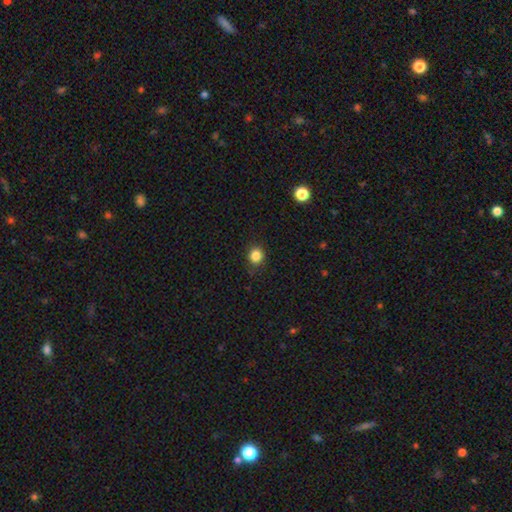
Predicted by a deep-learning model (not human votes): A smooth galaxy with no disk features (85%) that is round (80%).

Vote fractions:
- Smooth or featured? smooth: 85% / star or artifact: 12% / featured or disk: 4%
- How rounded? round: 80% / in between: 19% / cigar-shaped: 1%
- Merging? none: 87% / minor disturbance: 10% / major disturbance: 2% / merger: 1%